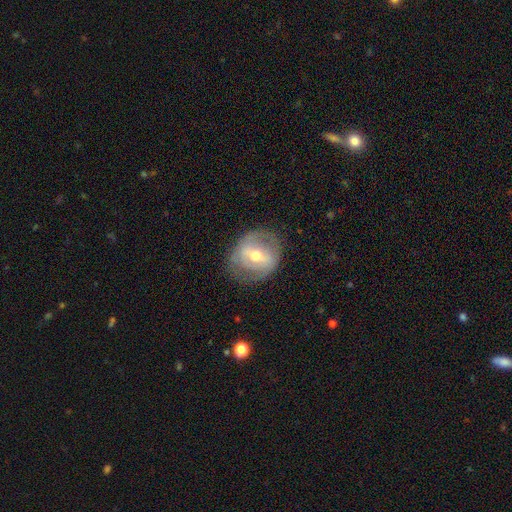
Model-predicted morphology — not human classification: featured or disk 61%, smooth 32%, star or artifact 7%. Down the decision tree: edge-on disk — no (95%); bar — weak (41%); spiral arms — yes (53%); bulge size — moderate (71%); merging — none (74%).